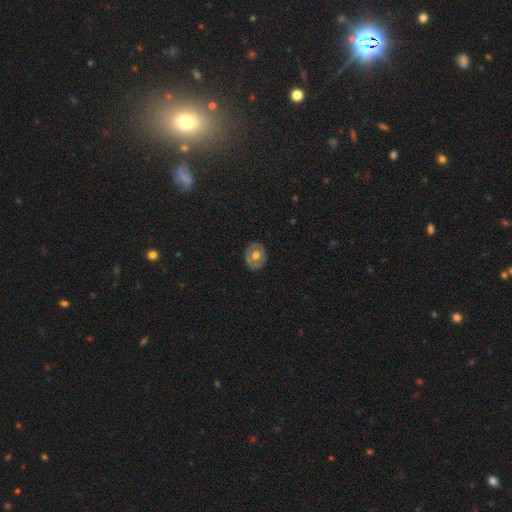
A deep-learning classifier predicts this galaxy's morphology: type=smooth (49%); merging=none (84%).